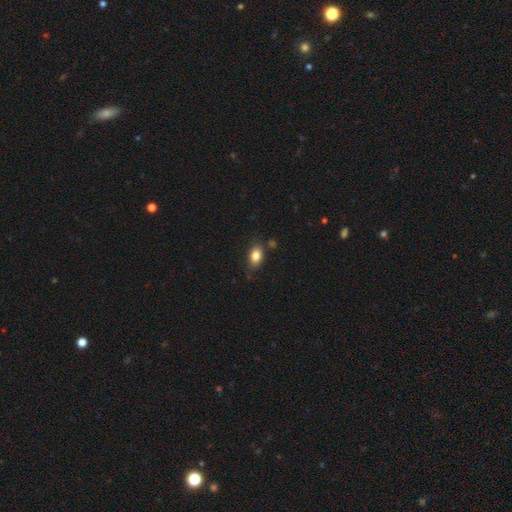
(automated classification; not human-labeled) This is clearly a smooth galaxy (84%). How rounded: clearly in between (87%). Merging: likely none (79%).